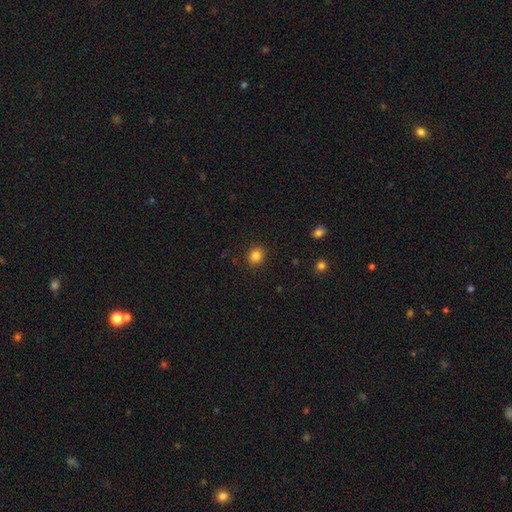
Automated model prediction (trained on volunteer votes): A smooth galaxy with no disk features (83%) that is round (76%). Merging: none (90%).